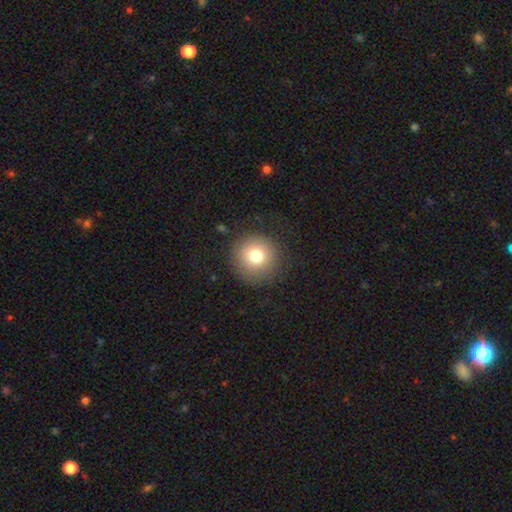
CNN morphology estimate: This appears to be a smooth galaxy with no disk features (78%) that is round (95%). Merging: none (85%).